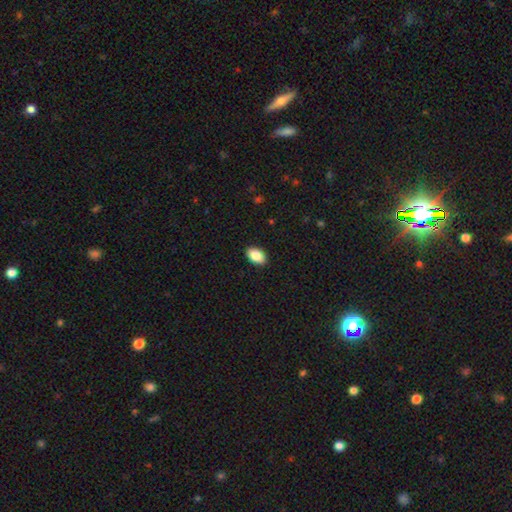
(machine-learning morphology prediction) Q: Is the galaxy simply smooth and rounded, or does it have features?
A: smooth — 88%.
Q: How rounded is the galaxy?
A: in between — 92%.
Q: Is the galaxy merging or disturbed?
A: none — 89%.